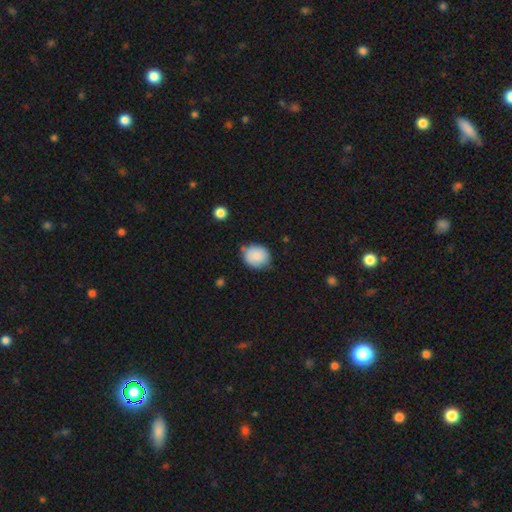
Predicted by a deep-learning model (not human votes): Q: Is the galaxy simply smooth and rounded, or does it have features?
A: smooth — 83%.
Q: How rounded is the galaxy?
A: round — 63%.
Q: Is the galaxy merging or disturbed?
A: none — 67%.